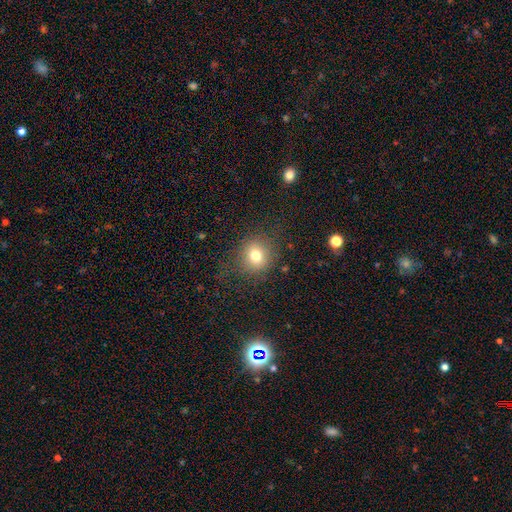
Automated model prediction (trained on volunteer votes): Morphology: type=smooth (75%); roundness=round (82%); merging=none (80%).